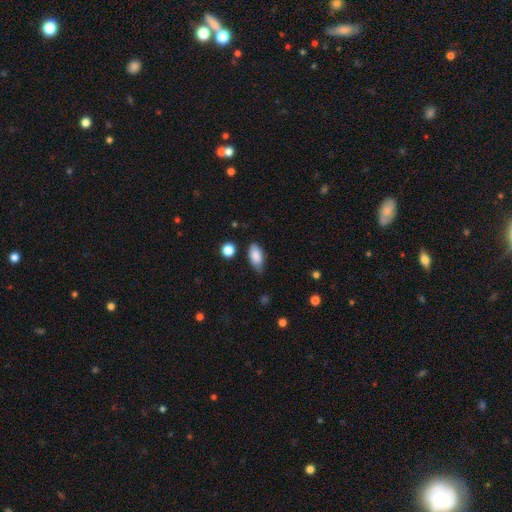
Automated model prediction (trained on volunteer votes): Smooth or featured? Predicted: smooth (p=0.85). How rounded? Predicted: in between (p=0.88). Merging? Predicted: none (p=0.60).